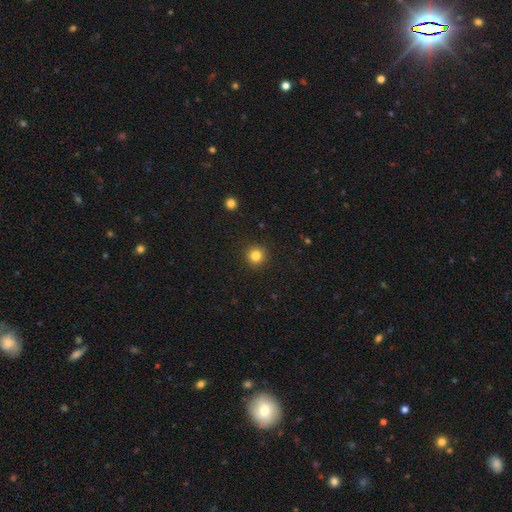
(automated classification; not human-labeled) This appears to be a smooth galaxy with no disk features (83%) that is round (95%). Merging: none (92%).